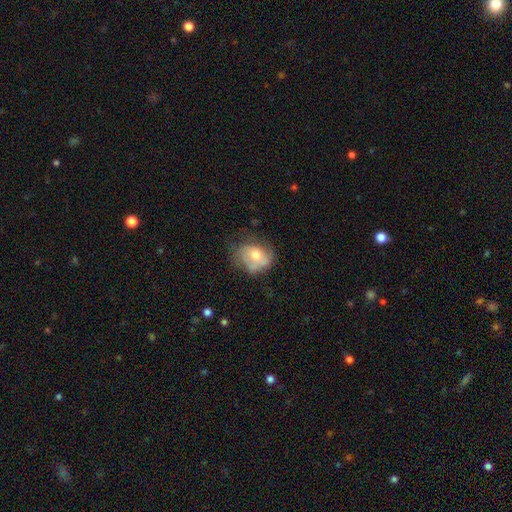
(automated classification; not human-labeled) Q: Smooth or featured?
A: smooth (56%); runner-up: featured or disk (36%)
Q: How rounded?
A: in between (52%); runner-up: round (47%)
Q: Merging?
A: none (42%); runner-up: minor disturbance (32%)